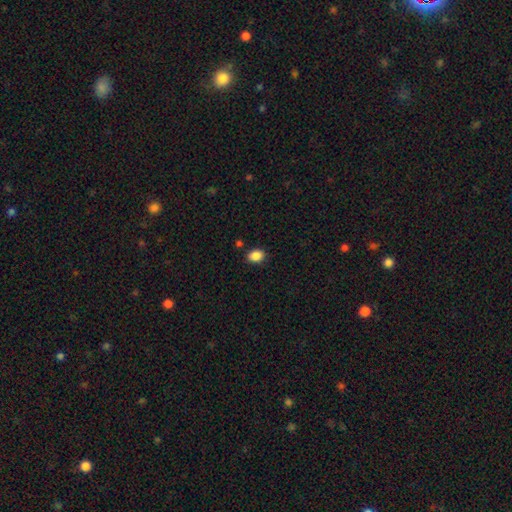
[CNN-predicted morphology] Overall: smooth (88%). How rounded: in between (75%). Merging: none (86%).